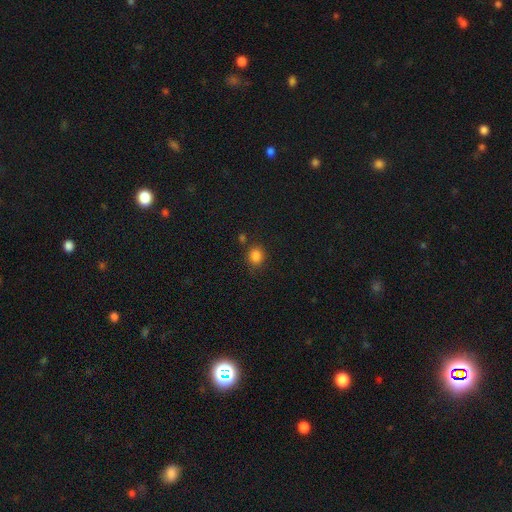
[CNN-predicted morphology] The model was most divided on "how rounded": round: 64%, in between: 35%, cigar-shaped: 1%. More confident: smooth or featured — smooth (83%); merging — none (73%).